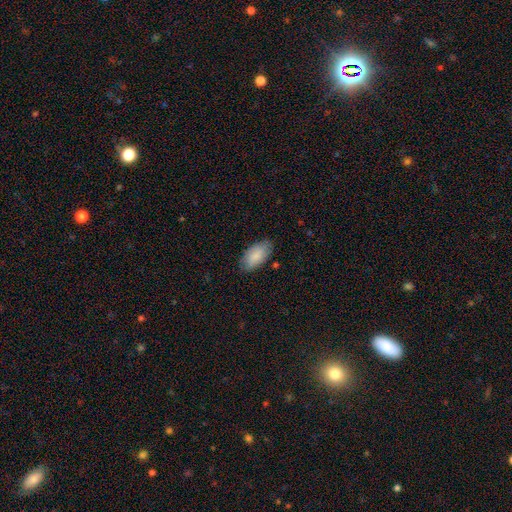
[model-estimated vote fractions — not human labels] A smooth galaxy with no disk features (85%) that is in between round and cigar-shaped (94%).

Vote fractions:
- Smooth or featured? smooth: 85% / featured or disk: 9% / star or artifact: 6%
- How rounded? in between: 94% / cigar-shaped: 3% / round: 2%
- Merging? none: 79% / minor disturbance: 17% / major disturbance: 3% / merger: 1%